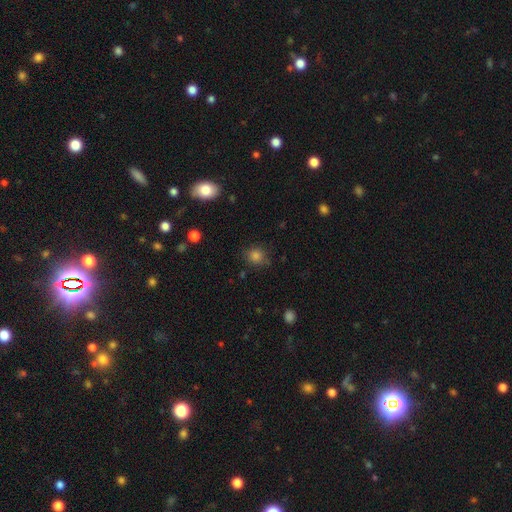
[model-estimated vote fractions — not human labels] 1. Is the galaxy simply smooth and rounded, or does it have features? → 81% smooth, 13% star or artifact, 5% featured or disk.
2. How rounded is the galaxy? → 82% round, 17% in between, 1% cigar-shaped.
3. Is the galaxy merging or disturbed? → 79% none, 15% minor disturbance, 4% major disturbance, 2% merger.